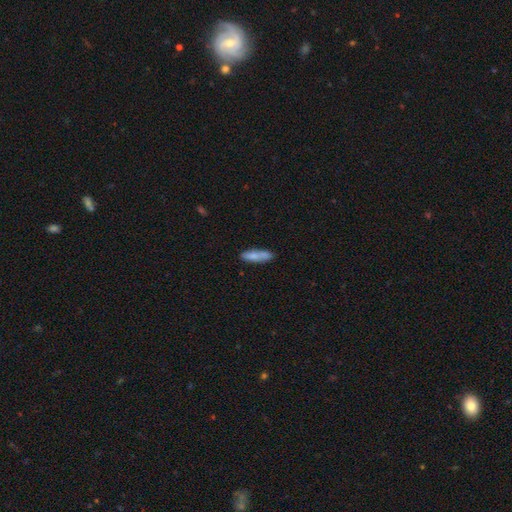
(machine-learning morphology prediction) smooth_or_featured: smooth (p=0.78) [alt: featured or disk p=0.15]
how_rounded: cigar-shaped (p=0.67) [alt: in between p=0.31]
merging: none (p=0.74) [alt: minor disturbance p=0.16]